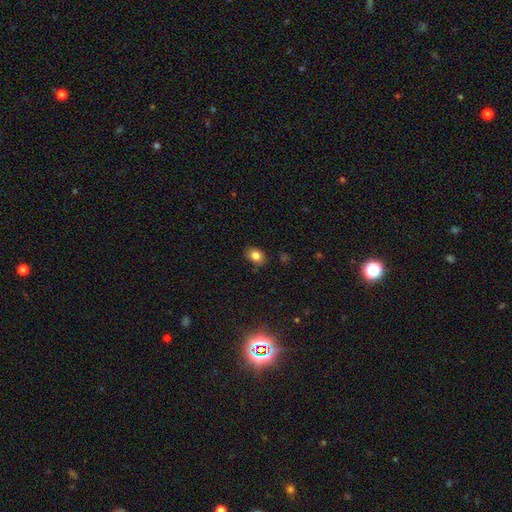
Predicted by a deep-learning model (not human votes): smooth-or-featured: smooth: 82% | star or artifact: 11% | featured or disk: 8%
  how-rounded: in between: 65% | round: 34% | cigar-shaped: 1%
  merging: none: 81% | minor disturbance: 14% | major disturbance: 3% | merger: 2%